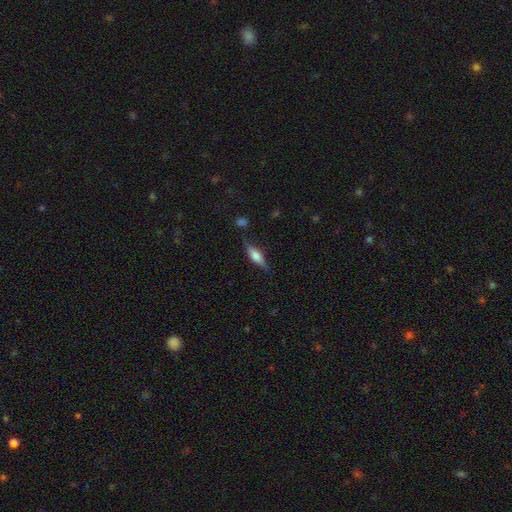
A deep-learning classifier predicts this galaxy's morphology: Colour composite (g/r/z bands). It shows a smooth galaxy with no disk features (49%). Merging: none (77%).